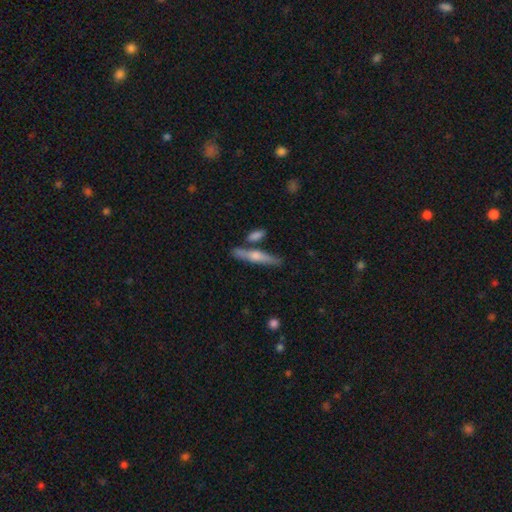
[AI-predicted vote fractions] Morphology: type=featured or disk (55%); edge-on=yes (95%); edge-on bulge=rounded (82%); merging=none (78%).